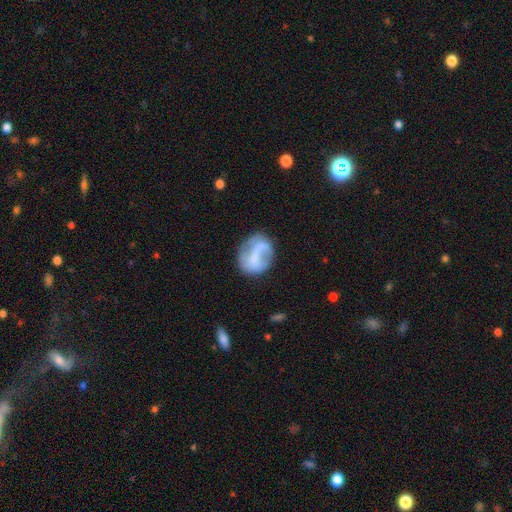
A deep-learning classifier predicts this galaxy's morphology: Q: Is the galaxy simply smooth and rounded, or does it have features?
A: featured or disk — 47%.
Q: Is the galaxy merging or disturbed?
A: none — 53%.